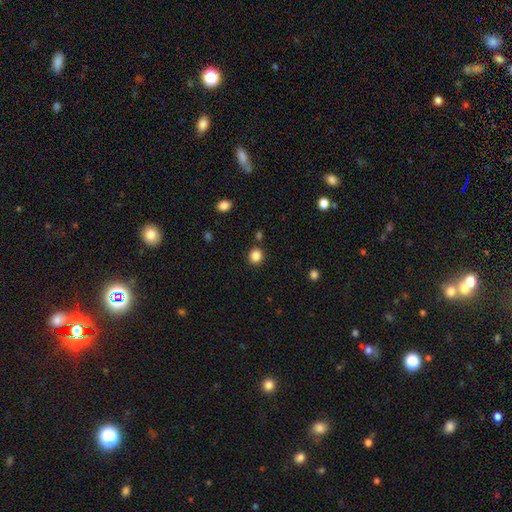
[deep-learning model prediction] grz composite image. It shows a smooth galaxy with no disk features (85%) that is round (79%). Merging: none (86%).